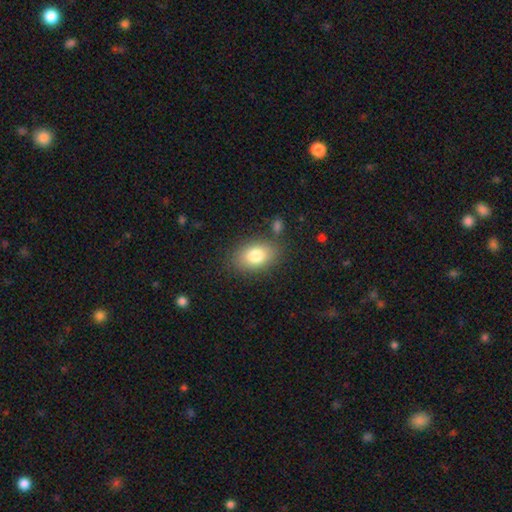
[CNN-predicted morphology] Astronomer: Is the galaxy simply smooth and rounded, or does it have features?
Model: smooth — 81%.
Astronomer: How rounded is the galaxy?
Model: in between — 83%.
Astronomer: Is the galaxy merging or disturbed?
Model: none — 79%.